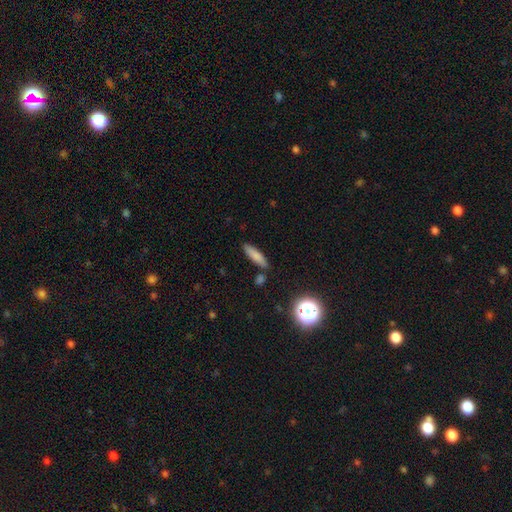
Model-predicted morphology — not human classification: Overall: smooth (78%). How rounded: cigar-shaped (72%). Merging: none (82%).